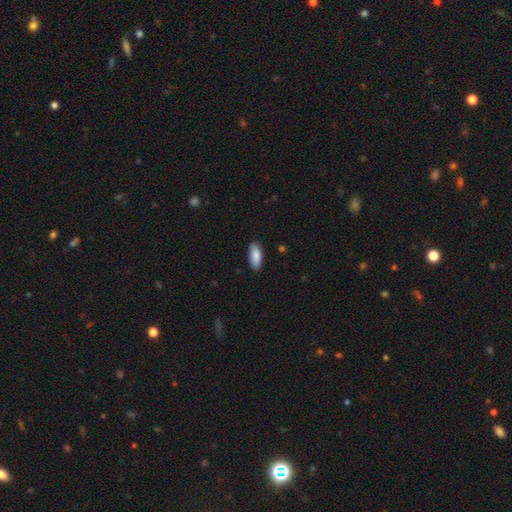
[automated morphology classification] Smooth or featured: smooth — 88% (featured or disk — 7%)
How rounded: in between — 79% (cigar-shaped — 19%)
Merging: none — 88% (minor disturbance — 10%)